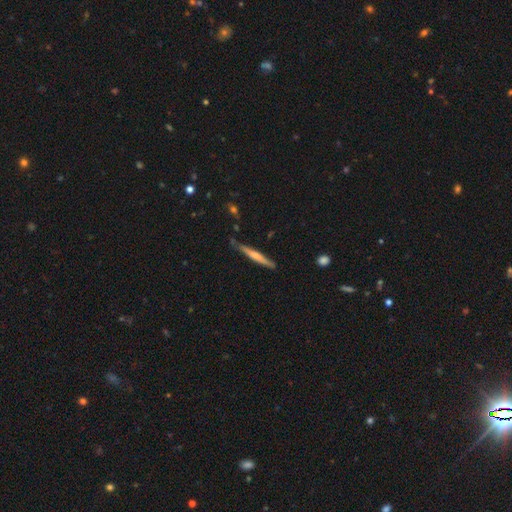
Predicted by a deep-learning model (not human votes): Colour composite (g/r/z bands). It shows a smooth galaxy with no disk features (48%). Merging: none (79%).